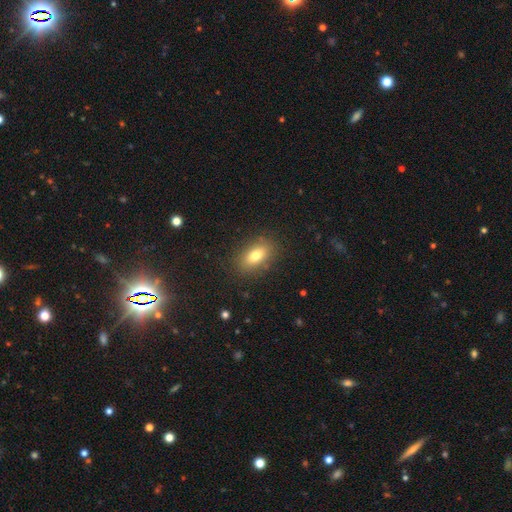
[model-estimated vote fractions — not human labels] Q: Smooth or featured?
A: smooth (78%); runner-up: featured or disk (12%)
Q: How rounded?
A: in between (86%); runner-up: round (9%)
Q: Merging?
A: none (85%); runner-up: minor disturbance (10%)